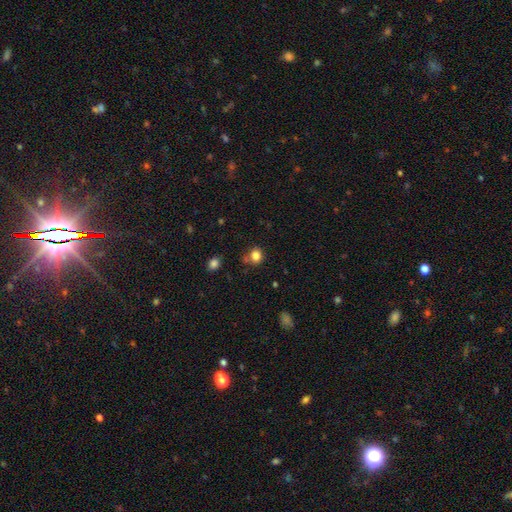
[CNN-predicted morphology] A smooth galaxy with no disk features (82%) that is round (70%). Merging: none (67%).